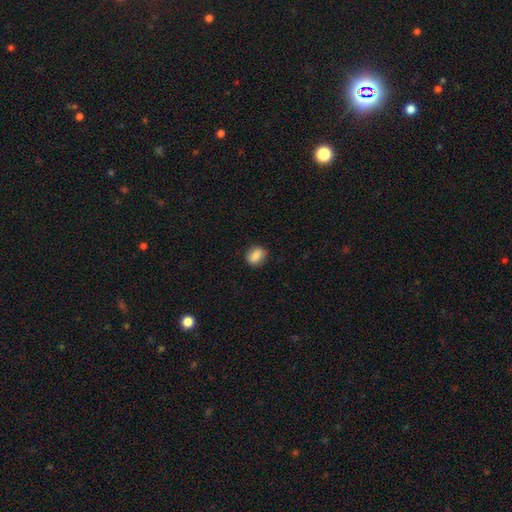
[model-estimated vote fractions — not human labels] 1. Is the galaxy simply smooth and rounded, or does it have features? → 81% smooth, 11% featured or disk, 8% star or artifact.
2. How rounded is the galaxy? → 52% in between, 46% round, 2% cigar-shaped.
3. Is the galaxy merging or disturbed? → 84% none, 12% minor disturbance, 3% major disturbance, 1% merger.